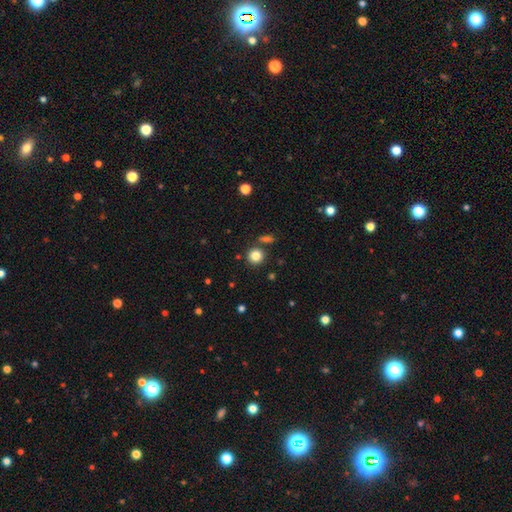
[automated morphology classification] smooth_or_featured: smooth (p=0.83) [alt: star or artifact p=0.11]
how_rounded: round (p=0.92) [alt: in between p=0.07]
merging: none (p=0.83) [alt: minor disturbance p=0.07]